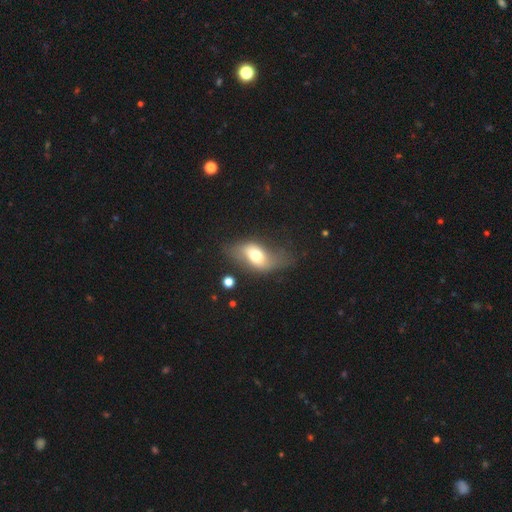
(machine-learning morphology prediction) type=smooth (50%); merging=none (43%).